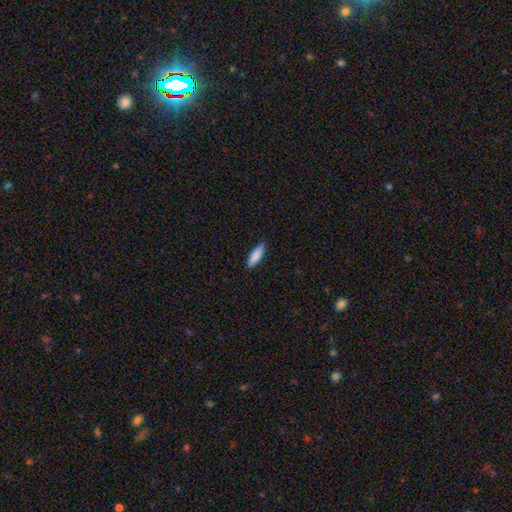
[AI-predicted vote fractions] Smooth or featured? Predicted: smooth (p=0.87). How rounded? Predicted: cigar-shaped (p=0.50). Merging? Predicted: none (p=0.85).